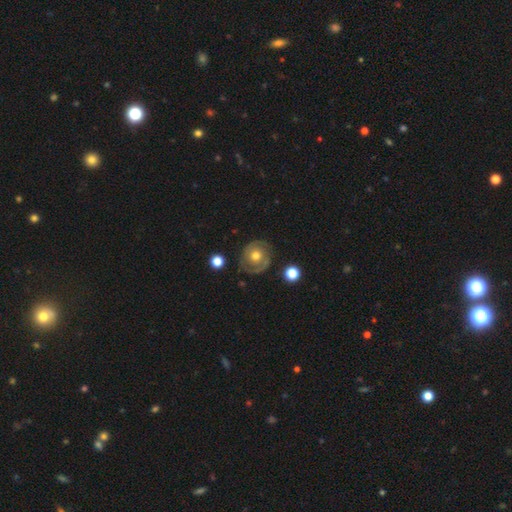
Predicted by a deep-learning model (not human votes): Q: Smooth or featured?
A: featured or disk (74%); runner-up: smooth (19%)
Q: Edge-on disk?
A: no (97%); runner-up: yes (3%)
Q: Bar?
A: no (80%); runner-up: weak (17%)
Q: Spiral arms?
A: yes (84%); runner-up: no (16%)
Q: Spiral winding?
A: tight (59%); runner-up: medium (32%)
Q: Spiral arm count?
A: 2 (77%); runner-up: can't tell (10%)
Q: Bulge size?
A: moderate (76%); runner-up: small (13%)
Q: Merging?
A: none (80%); runner-up: minor disturbance (14%)